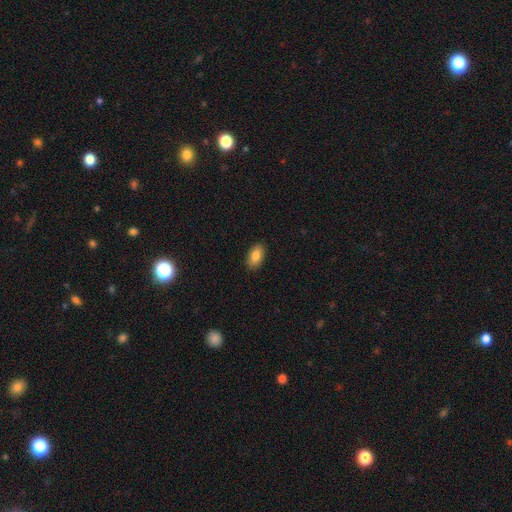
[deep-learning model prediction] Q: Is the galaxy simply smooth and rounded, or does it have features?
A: smooth — 84%.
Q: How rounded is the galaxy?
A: in between — 93%.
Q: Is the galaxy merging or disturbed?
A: none — 89%.